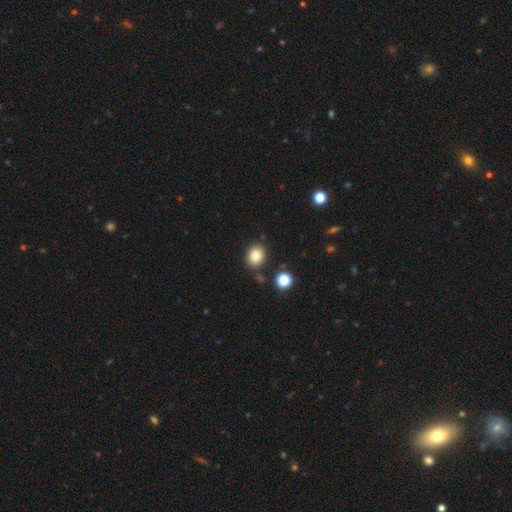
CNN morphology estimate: Smooth or featured? Predicted: smooth (p=0.83). How rounded? Predicted: round (p=0.68). Merging? Predicted: none (p=0.81).